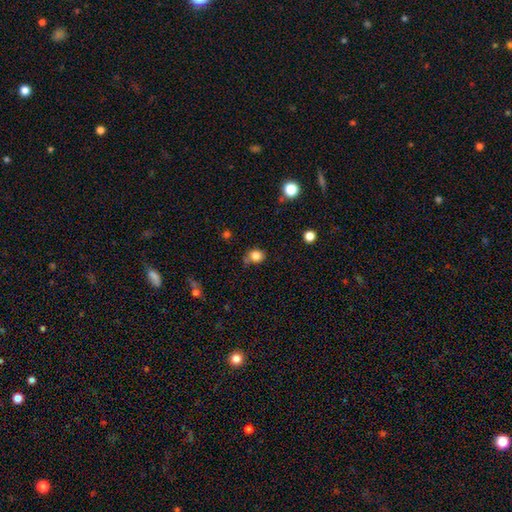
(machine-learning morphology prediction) Q: Smooth or featured?
A: smooth (83%); runner-up: star or artifact (12%)
Q: How rounded?
A: round (73%); runner-up: in between (26%)
Q: Merging?
A: none (67%); runner-up: minor disturbance (21%)